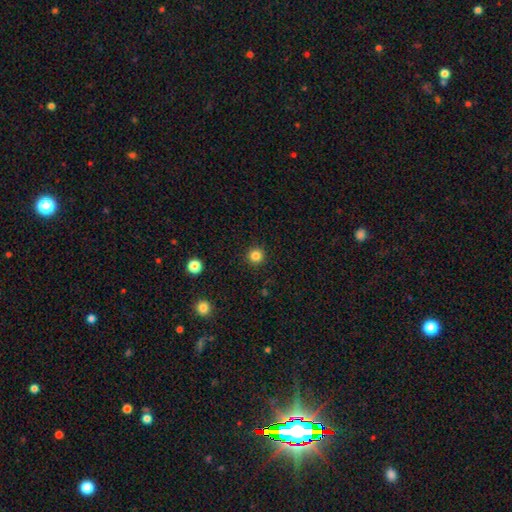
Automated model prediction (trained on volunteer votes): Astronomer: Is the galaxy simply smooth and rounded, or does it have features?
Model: smooth — 84%.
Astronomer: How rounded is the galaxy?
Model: round — 95%.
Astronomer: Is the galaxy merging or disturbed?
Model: none — 92%.